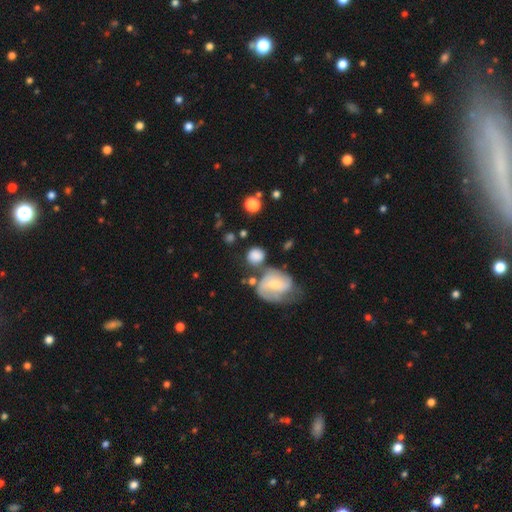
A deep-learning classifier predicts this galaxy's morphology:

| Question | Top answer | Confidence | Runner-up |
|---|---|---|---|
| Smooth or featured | smooth | 73% | featured or disk (18%) |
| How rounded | round | 80% | in between (19%) |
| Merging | none | 56% | merger (19%) |